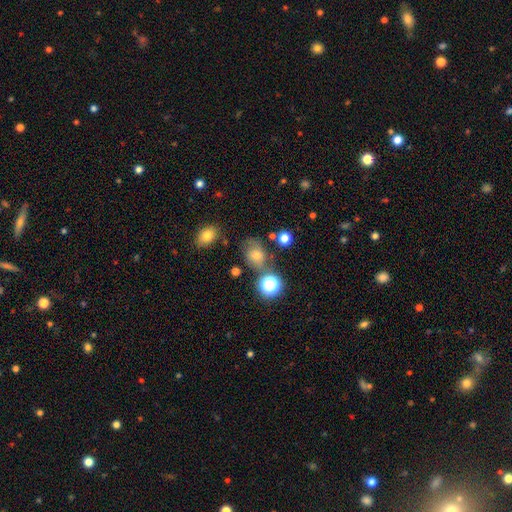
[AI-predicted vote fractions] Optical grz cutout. It shows a smooth galaxy with no disk features (52%) that is round (54%). Merging: none (60%).